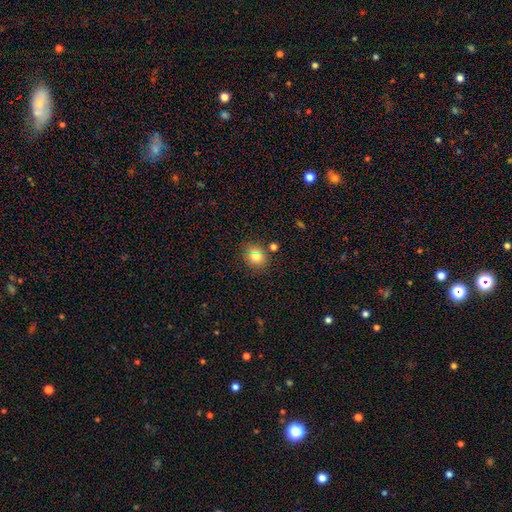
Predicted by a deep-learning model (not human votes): A smooth galaxy with no disk features (79%) that is round (74%).

Vote fractions:
- Smooth or featured? smooth: 79% / star or artifact: 12% / featured or disk: 9%
- How rounded? round: 74% / in between: 25% / cigar-shaped: 1%
- Merging? none: 78% / minor disturbance: 11% / merger: 8% / major disturbance: 3%